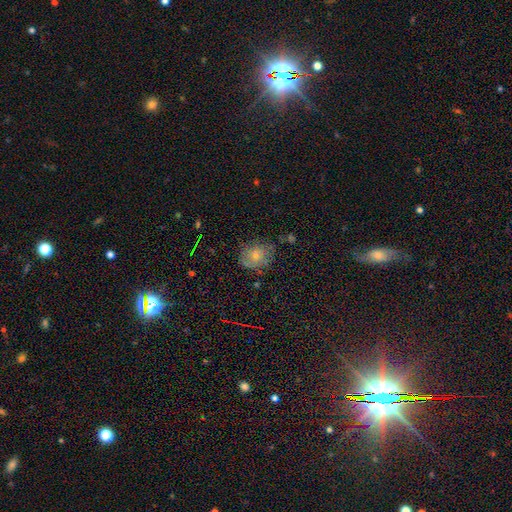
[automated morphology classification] Overall: smooth (63%; featured or disk 23%). How rounded: round (68%; in between 31%). Merging: none (64%; minor disturbance 25%).